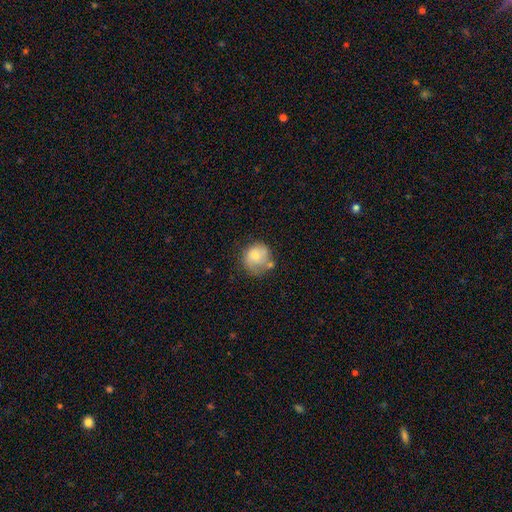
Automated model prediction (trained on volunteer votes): Smooth or featured: smooth — 71% (featured or disk — 21%)
How rounded: round — 82% (in between — 17%)
Merging: none — 47% (minor disturbance — 27%)